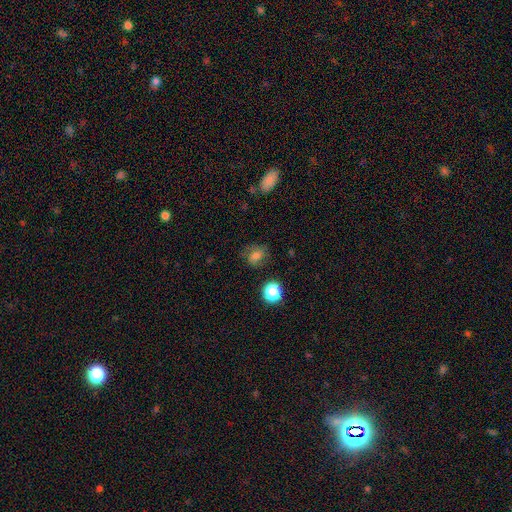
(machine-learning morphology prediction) Smooth or featured: smooth — 51% (featured or disk — 33%)
How rounded: round — 64% (in between — 35%)
Merging: none — 72% (minor disturbance — 19%)